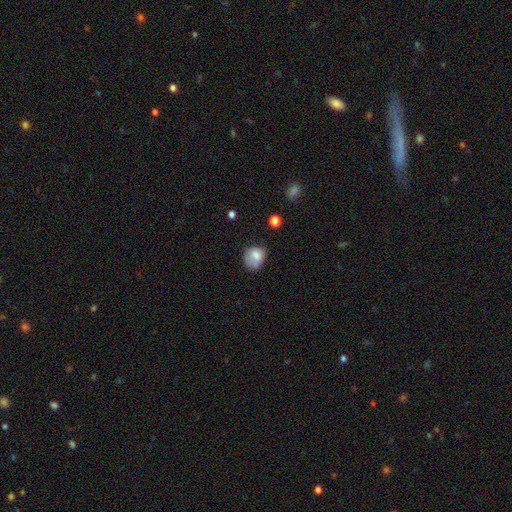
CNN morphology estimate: Q: Smooth or featured?
A: smooth (76%); runner-up: featured or disk (14%)
Q: How rounded?
A: round (53%); runner-up: in between (46%)
Q: Merging?
A: none (44%); runner-up: minor disturbance (35%)